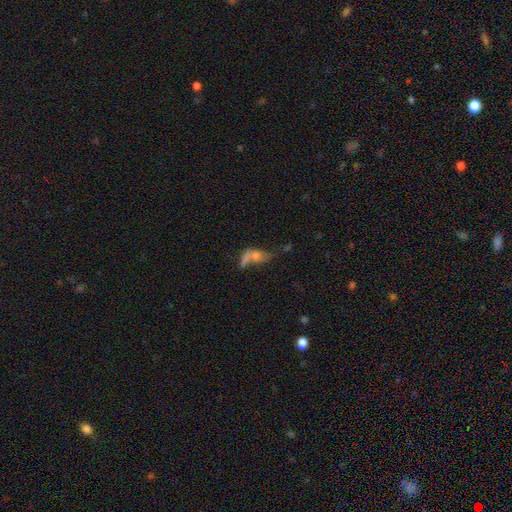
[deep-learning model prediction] This appears to be a smooth galaxy with no disk features (56%) that is in between round and cigar-shaped (65%). Merging: merger (47%).